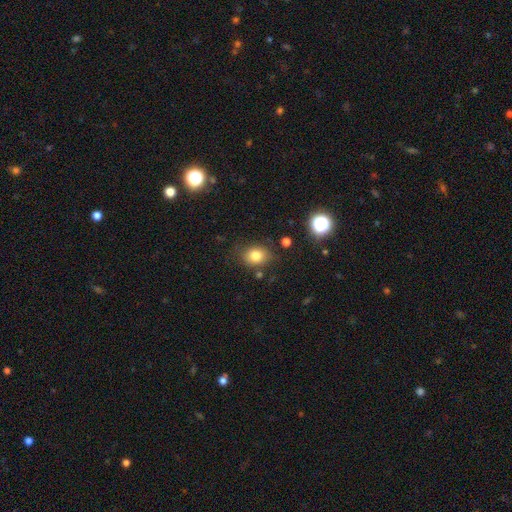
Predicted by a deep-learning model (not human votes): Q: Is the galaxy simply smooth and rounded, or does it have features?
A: smooth — 80%.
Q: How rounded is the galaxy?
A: round — 50%.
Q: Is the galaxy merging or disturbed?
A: none — 77%.